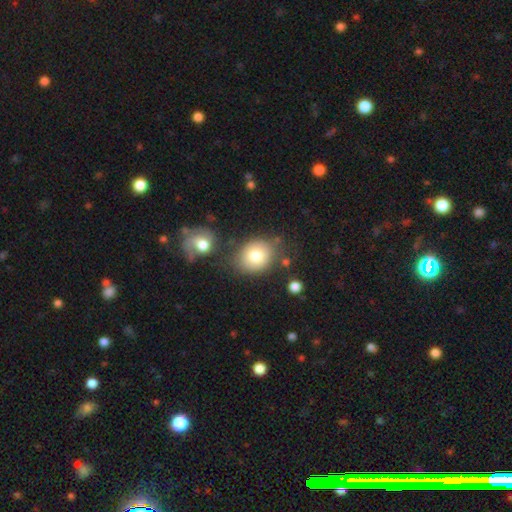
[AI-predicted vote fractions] Q: Smooth or featured?
A: smooth (79%); runner-up: featured or disk (12%)
Q: How rounded?
A: round (62%); runner-up: in between (37%)
Q: Merging?
A: none (69%); runner-up: minor disturbance (14%)